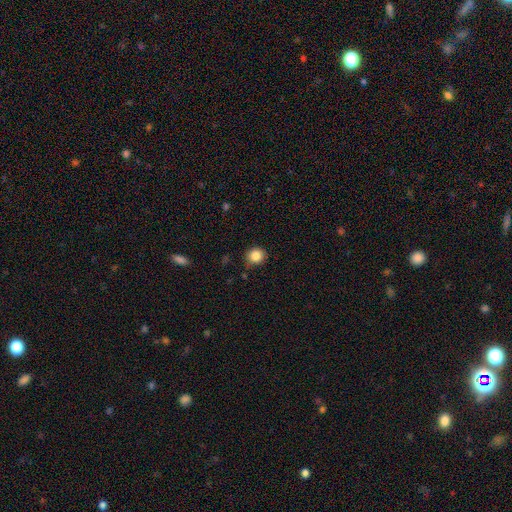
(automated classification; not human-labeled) Q: Smooth or featured?
A: smooth (86%); runner-up: star or artifact (10%)
Q: How rounded?
A: round (87%); runner-up: in between (12%)
Q: Merging?
A: none (82%); runner-up: minor disturbance (13%)